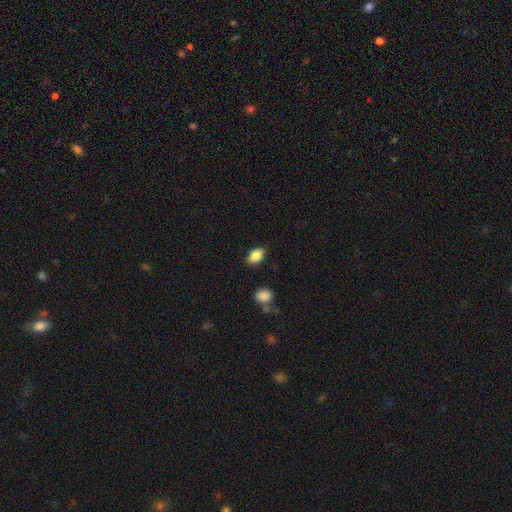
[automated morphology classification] A smooth galaxy with no disk features (86%) that is in between round and cigar-shaped (87%). Merging: none (84%).